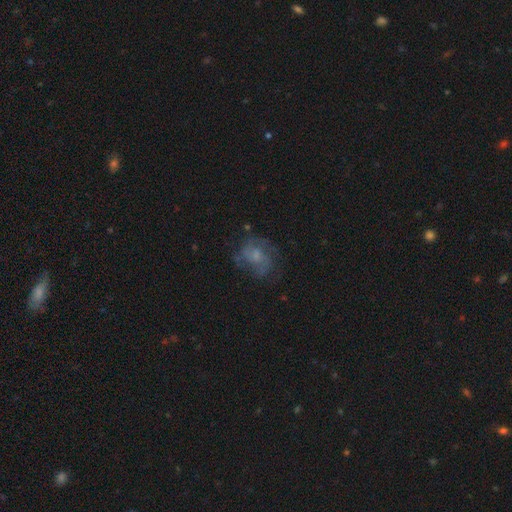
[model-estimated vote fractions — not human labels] Smooth or featured? Predicted: featured or disk (p=0.55). Edge-on disk? Predicted: no (p=0.98). Bar? Predicted: no (p=0.73). Spiral arms? Predicted: yes (p=0.67). Bulge size? Predicted: small (p=0.42). Merging? Predicted: none (p=0.60).